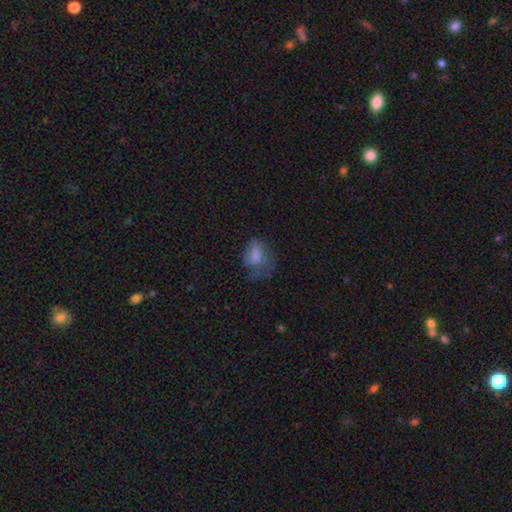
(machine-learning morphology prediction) Smooth or featured: smooth — 60% (featured or disk — 26%)
How rounded: in between — 75% (round — 21%)
Merging: none — 39% (major disturbance — 33%)